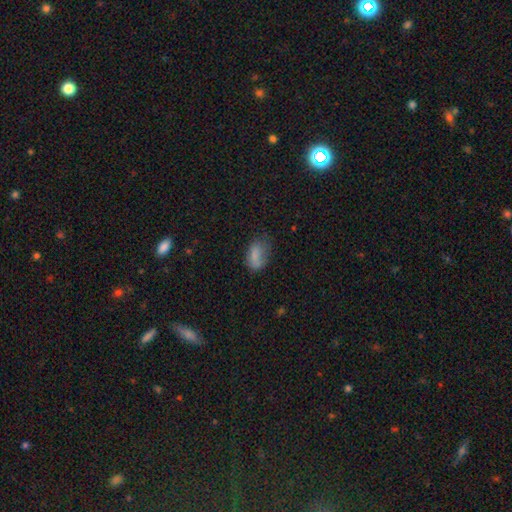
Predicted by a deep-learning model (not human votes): Smooth or featured? smooth (79%)
How rounded? in between (90%)
Merging? none (50%)